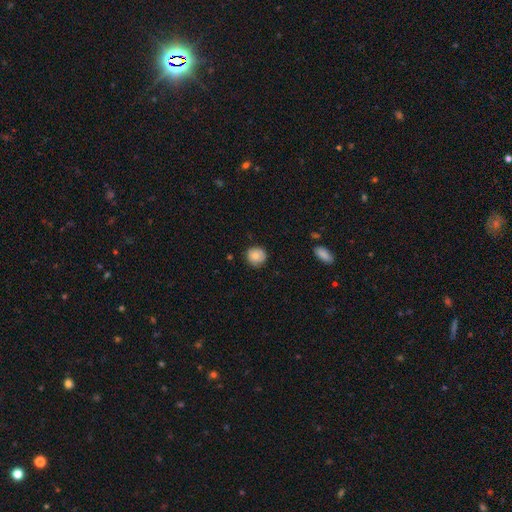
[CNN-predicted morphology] This appears to be a smooth galaxy with no disk features (76%) that is round (90%). Merging: none (82%).